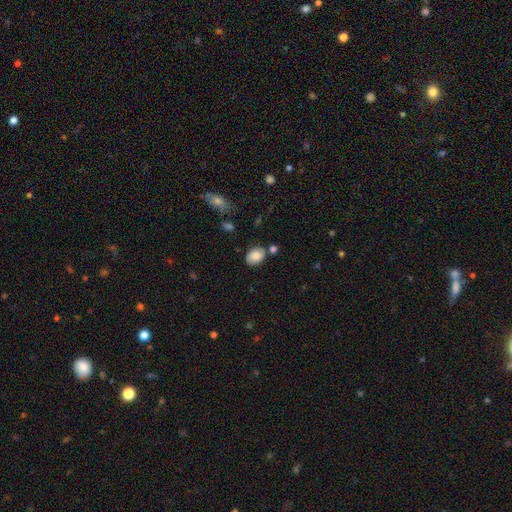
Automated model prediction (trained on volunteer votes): Smooth or featured: smooth — 81% (featured or disk — 11%)
How rounded: in between — 79% (round — 20%)
Merging: none — 73% (minor disturbance — 15%)